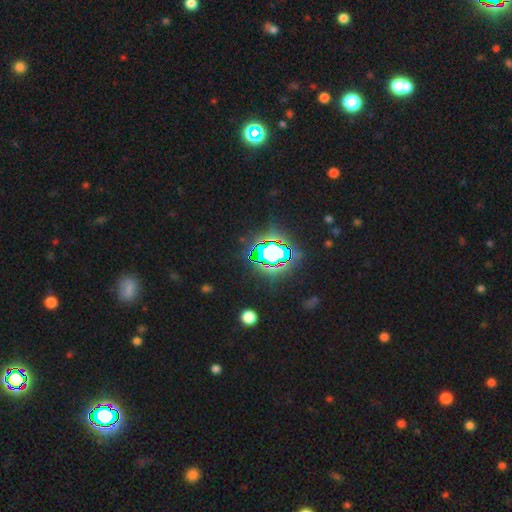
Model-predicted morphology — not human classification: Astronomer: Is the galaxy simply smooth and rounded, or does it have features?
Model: star or artifact — 79%.